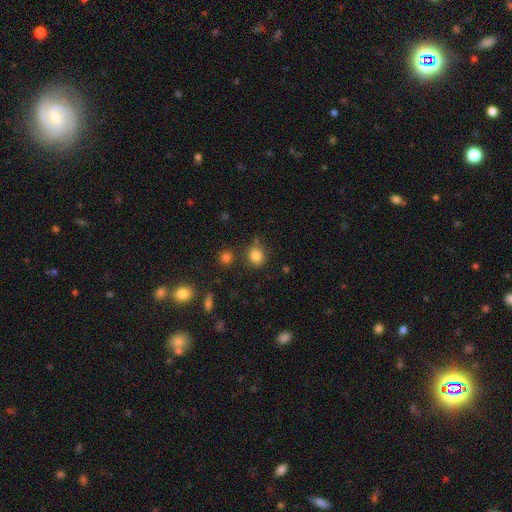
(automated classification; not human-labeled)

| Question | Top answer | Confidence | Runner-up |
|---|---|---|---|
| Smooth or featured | smooth | 82% | star or artifact (12%) |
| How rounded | round | 79% | in between (20%) |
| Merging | none | 72% | minor disturbance (16%) |